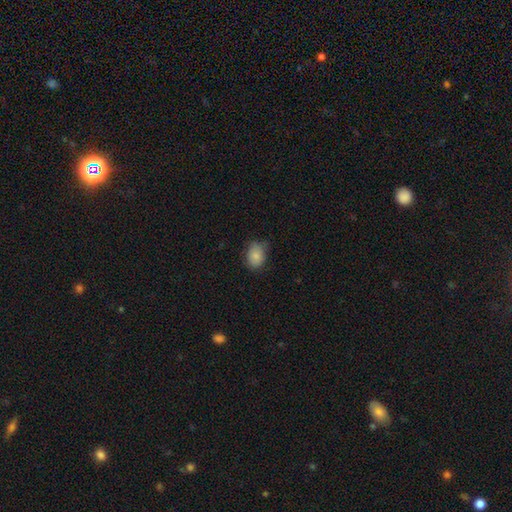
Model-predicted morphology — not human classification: Smooth or featured? smooth (85%)
How rounded? in between (70%)
Merging? none (72%)